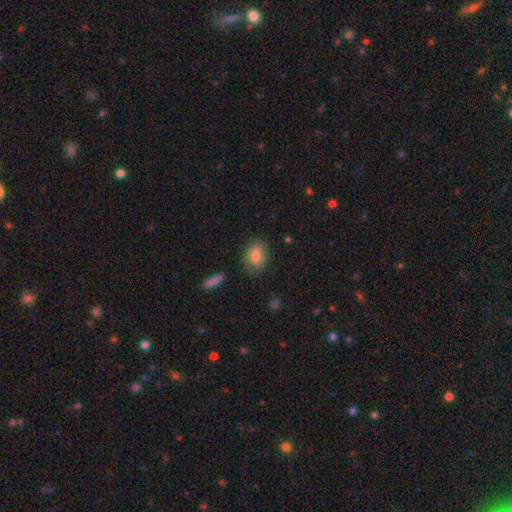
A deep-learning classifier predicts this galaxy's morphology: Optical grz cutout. It shows a smooth galaxy with no disk features (81%) that is in between round and cigar-shaped (78%). Merging: none (78%).